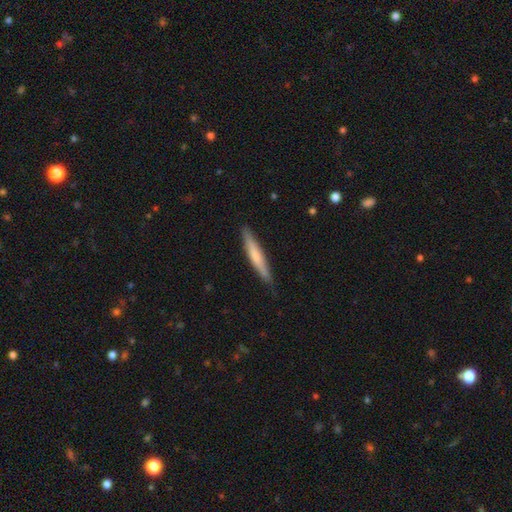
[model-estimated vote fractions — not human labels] This appears to be a smooth galaxy with no disk features (60%) that is cigar-shaped (94%). Merging: none (88%).